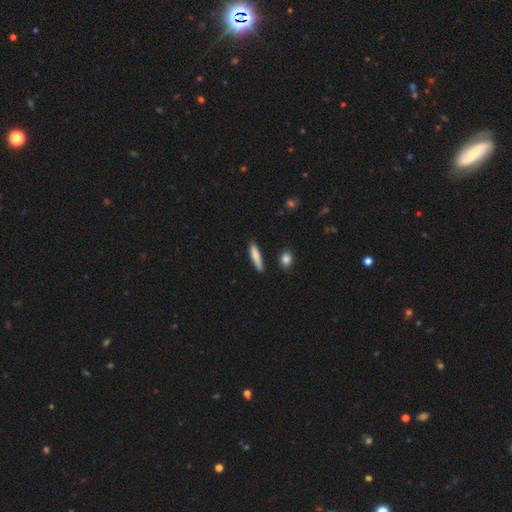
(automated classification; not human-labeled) This is clearly a smooth galaxy (82%). How rounded: likely cigar-shaped (80%). Merging: clearly none (82%).